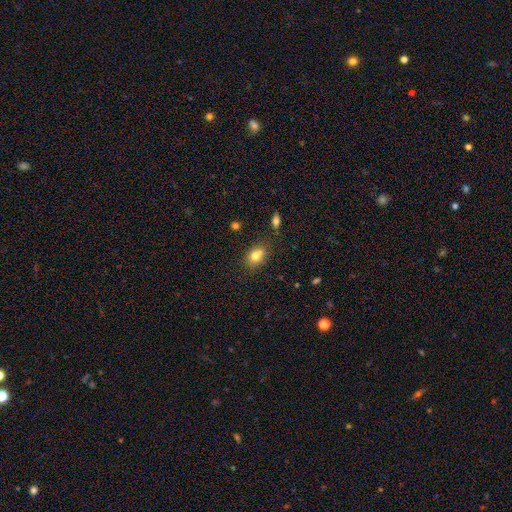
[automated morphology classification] Smooth or featured?
  - smooth: 75% *
  - featured or disk: 13%
  - star or artifact: 12%
How rounded?
  - in between: 65% *
  - round: 33%
  - cigar-shaped: 2%
Merging?
  - none: 54% *
  - merger: 23%
  - minor disturbance: 17%
  - major disturbance: 5%